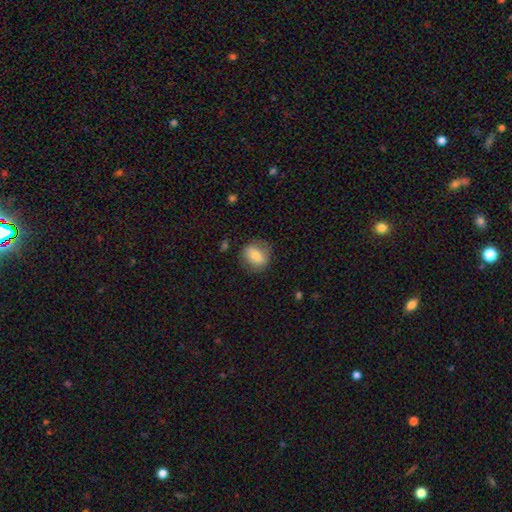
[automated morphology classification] Smooth or featured? smooth (68%)
How rounded? round (62%)
Merging? none (78%)